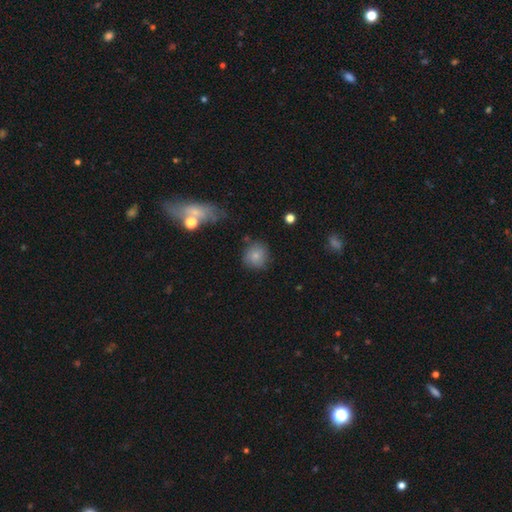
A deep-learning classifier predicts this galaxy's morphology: Q: Smooth or featured?
A: smooth (78%); runner-up: featured or disk (12%)
Q: How rounded?
A: round (90%); runner-up: in between (9%)
Q: Merging?
A: none (75%); runner-up: minor disturbance (16%)